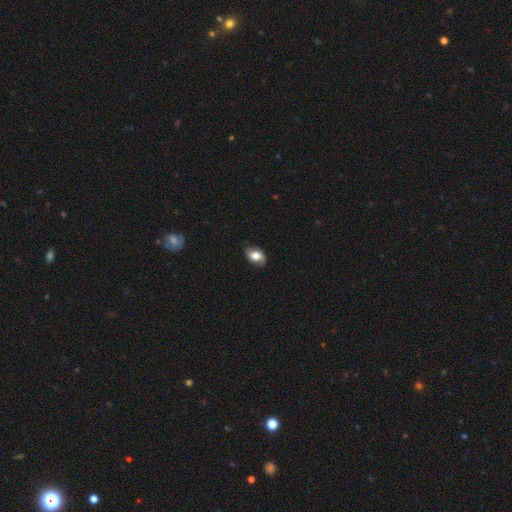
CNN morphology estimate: smooth-or-featured: smooth: 68% | featured or disk: 25% | star or artifact: 8%
  how-rounded: in between: 83% | round: 16% | cigar-shaped: 1%
  merging: none: 80% | minor disturbance: 16% | major disturbance: 3% | merger: 1%